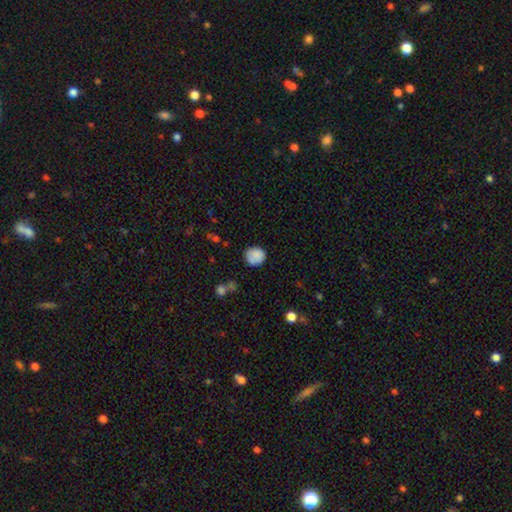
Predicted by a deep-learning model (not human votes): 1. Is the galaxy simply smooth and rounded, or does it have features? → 83% smooth, 9% star or artifact, 8% featured or disk.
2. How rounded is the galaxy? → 84% round, 15% in between, 1% cigar-shaped.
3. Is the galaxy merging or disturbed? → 73% none, 19% minor disturbance, 5% major disturbance, 3% merger.